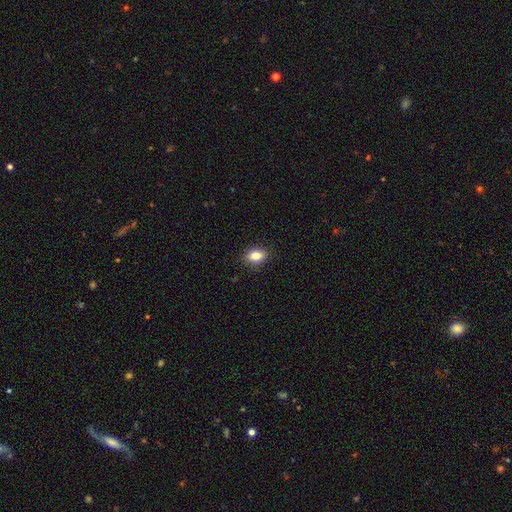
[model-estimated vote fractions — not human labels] Q: Smooth or featured?
A: smooth (82%); runner-up: featured or disk (9%)
Q: How rounded?
A: in between (76%); runner-up: round (22%)
Q: Merging?
A: none (88%); runner-up: minor disturbance (9%)